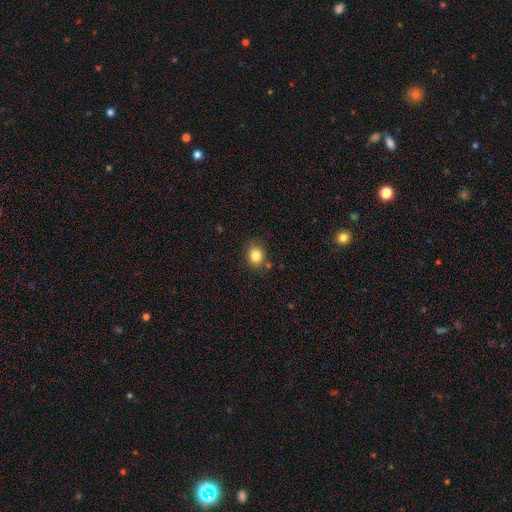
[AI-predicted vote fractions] Morphology: type=smooth (84%); roundness=round (69%); merging=none (81%).